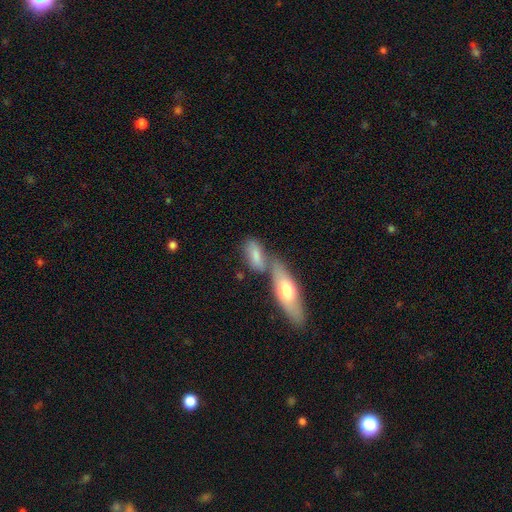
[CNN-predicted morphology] smooth 74%, featured or disk 19%, star or artifact 7%. Down the decision tree: how rounded — in between (74%); merging — merger (50%).